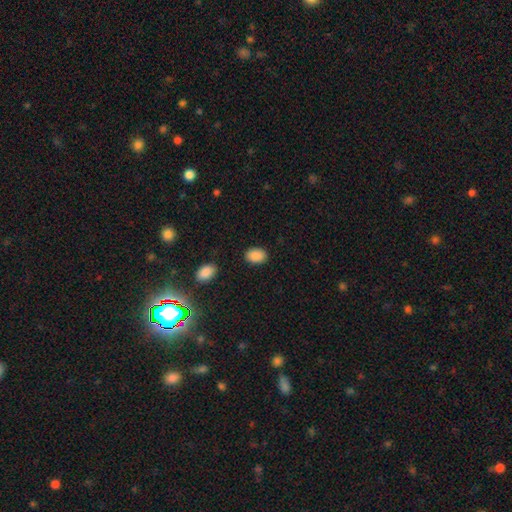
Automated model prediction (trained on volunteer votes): A smooth galaxy with no disk features (89%) that is in between round and cigar-shaped (82%). Merging: none (88%).